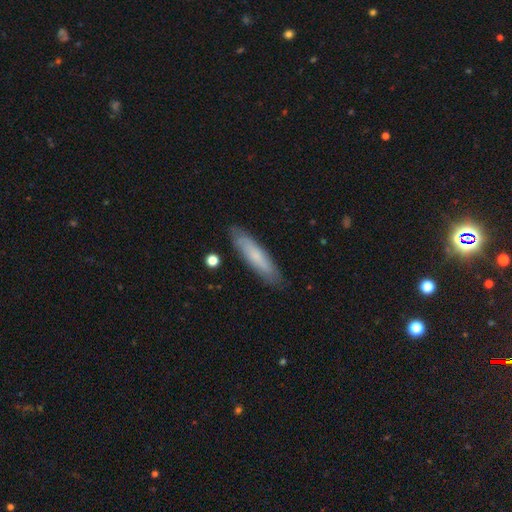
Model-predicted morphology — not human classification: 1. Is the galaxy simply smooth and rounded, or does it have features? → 64% smooth, 30% featured or disk, 7% star or artifact.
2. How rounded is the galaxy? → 79% cigar-shaped, 20% in between, 1% round.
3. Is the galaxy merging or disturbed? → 84% none, 12% minor disturbance, 2% major disturbance, 2% merger.